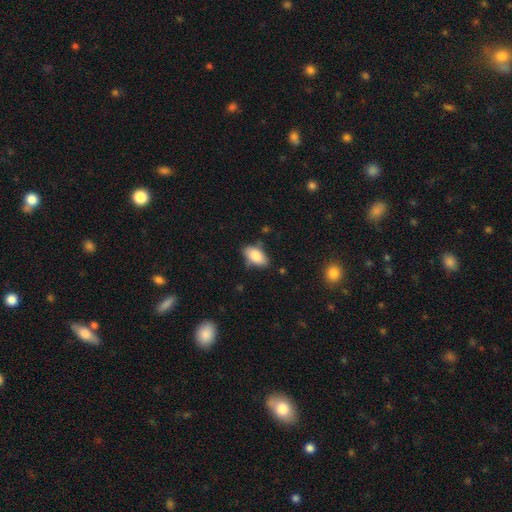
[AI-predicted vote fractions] Smooth or featured? Predicted: smooth (p=0.82). How rounded? Predicted: in between (p=0.91). Merging? Predicted: none (p=0.72).